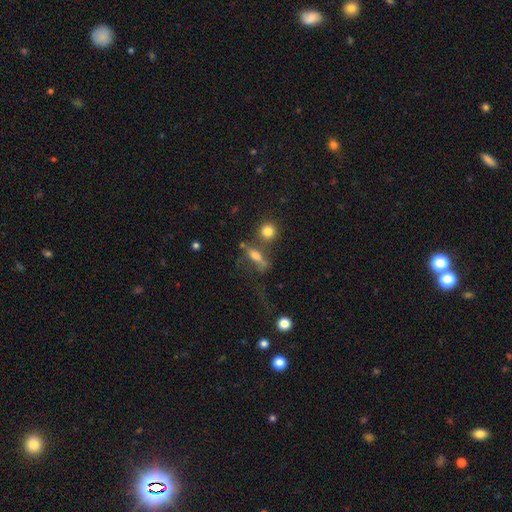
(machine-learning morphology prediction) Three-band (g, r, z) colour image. It shows a smooth galaxy with no disk features (53%) that is in between round and cigar-shaped (50%). Merging: none (38%).